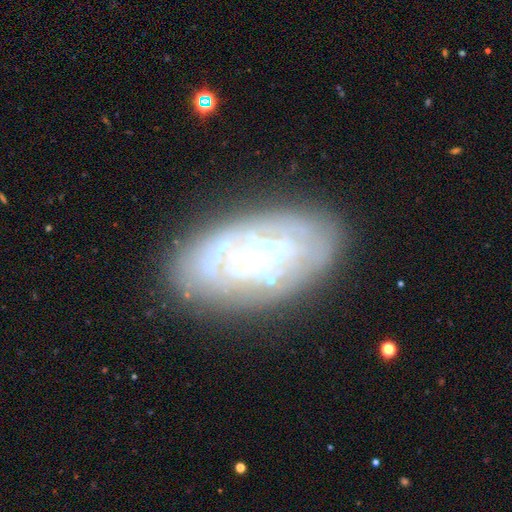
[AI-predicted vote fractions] Morphology: type=featured or disk (65%); edge-on=no (93%); bar=no (76%); spiral arms=no (53%); bulge=none (54%); merging=none (71%).